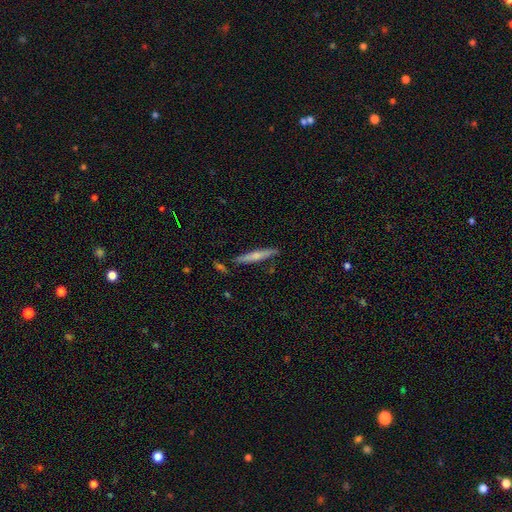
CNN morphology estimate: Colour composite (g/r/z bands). It shows a smooth galaxy with no disk features (51%) that is cigar-shaped (94%). Merging: none (85%).